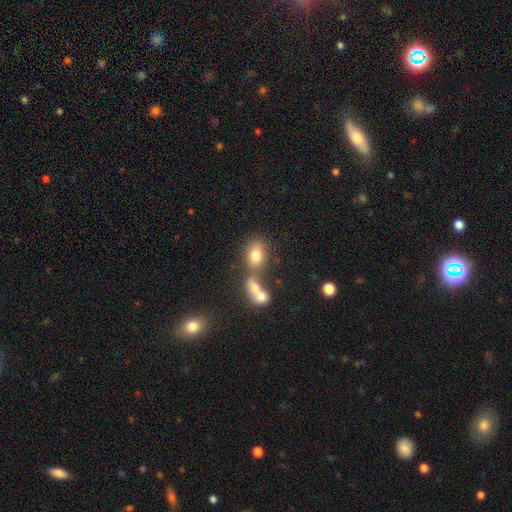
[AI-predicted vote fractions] smooth_or_featured: smooth (p=0.78) [alt: featured or disk p=0.12]
how_rounded: in between (p=0.76) [alt: round p=0.22]
merging: none (p=0.50) [alt: merger p=0.34]